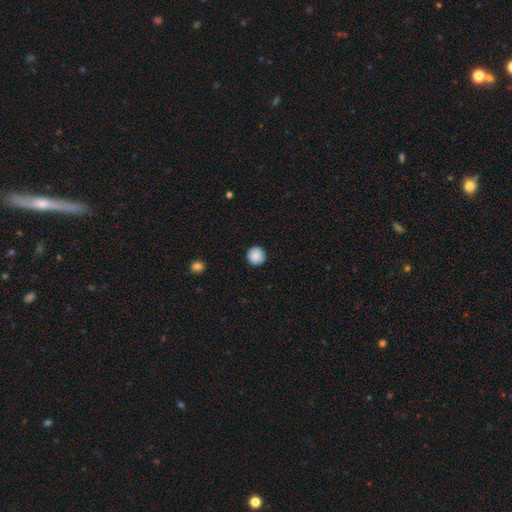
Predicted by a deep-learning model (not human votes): Smooth or featured?
  - smooth: 89% *
  - star or artifact: 8%
  - featured or disk: 3%
How rounded?
  - round: 95% *
  - in between: 4%
  - cigar-shaped: 1%
Merging?
  - none: 92% *
  - minor disturbance: 5%
  - major disturbance: 2%
  - merger: 1%